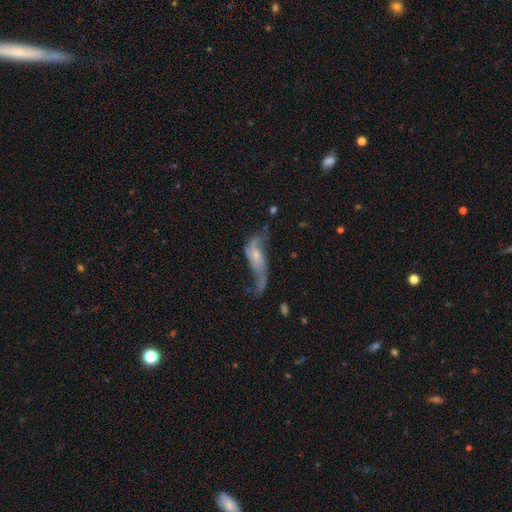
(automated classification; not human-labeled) This is likely a featured or disk galaxy (66%). It is clearly not viewed edge-on (87%). Bar: likely no (64%). Spiral arm pattern: likely yes (70%). Central bulge: possibly small (52%). Merging: marginally major disturbance (45%).